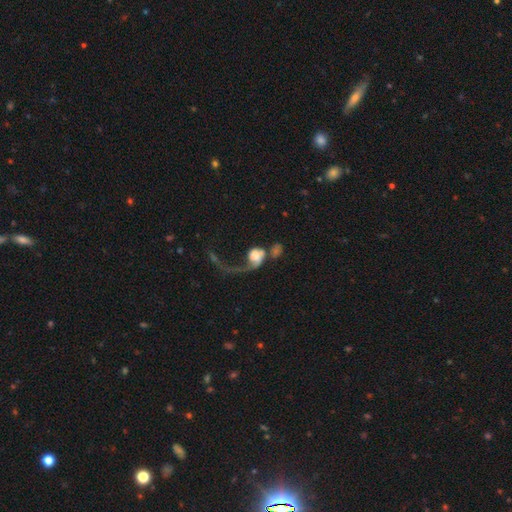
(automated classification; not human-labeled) This is possibly a featured or disk galaxy (47%). Merging: marginally major disturbance (42%).